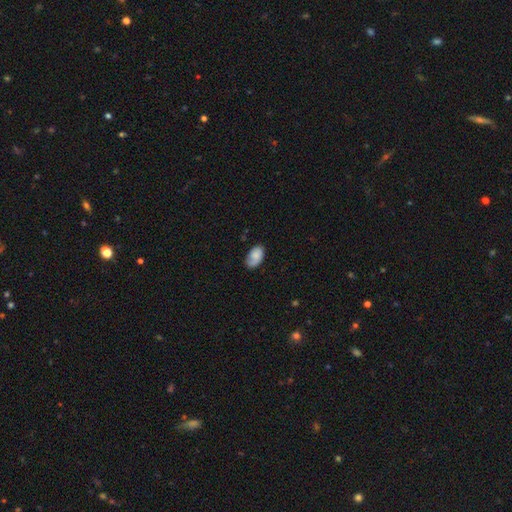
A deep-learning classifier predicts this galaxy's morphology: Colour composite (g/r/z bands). It shows a smooth galaxy with no disk features (72%) that is in between round and cigar-shaped (92%). Merging: none (62%).